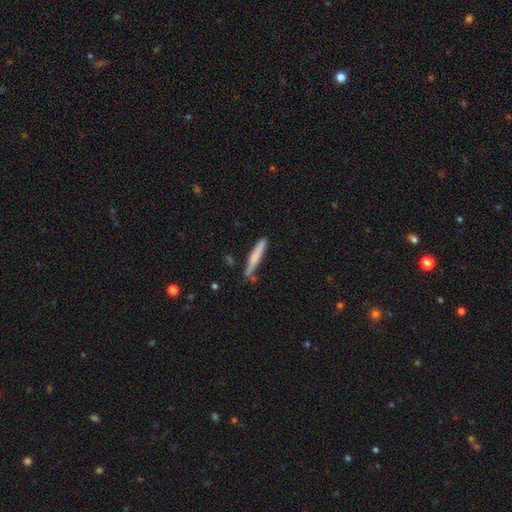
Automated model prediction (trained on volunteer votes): The model was most divided on "smooth or featured": smooth: 71%, featured or disk: 23%, star or artifact: 6%. More confident: how rounded — cigar-shaped (95%); merging — none (78%).